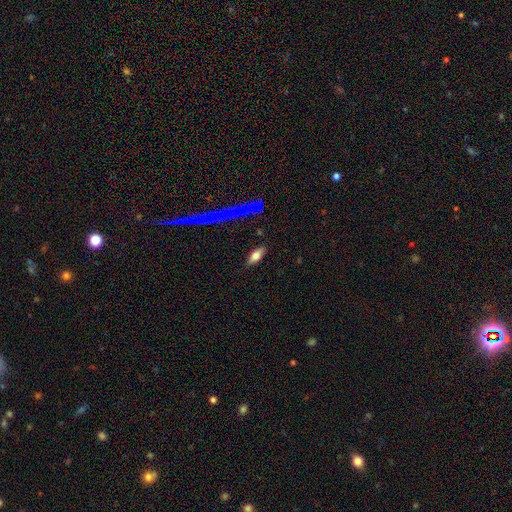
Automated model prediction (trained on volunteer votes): Smooth or featured: smooth — 70% (featured or disk — 23%)
How rounded: in between — 78% (cigar-shaped — 19%)
Merging: none — 85% (minor disturbance — 10%)